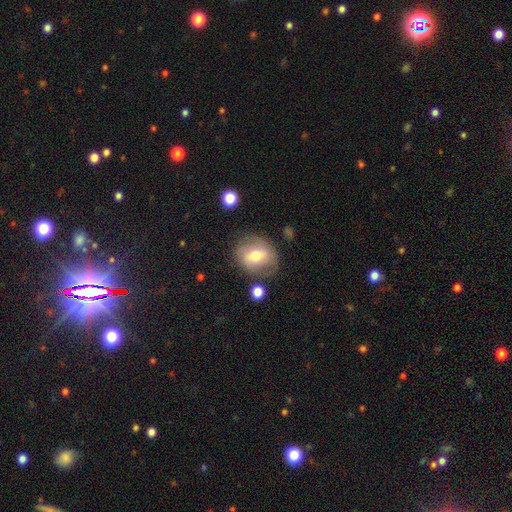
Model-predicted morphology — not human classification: smooth_or_featured: smooth (p=0.57) [alt: featured or disk p=0.34]
how_rounded: round (p=0.61) [alt: in between p=0.38]
merging: none (p=0.73) [alt: minor disturbance p=0.17]